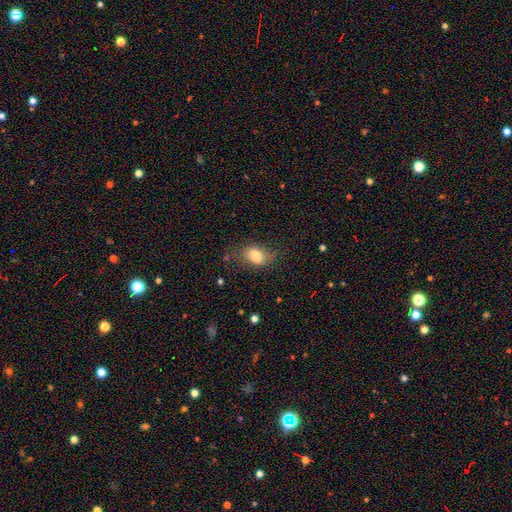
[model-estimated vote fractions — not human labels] Q: Smooth or featured?
A: smooth (76%); runner-up: featured or disk (15%)
Q: How rounded?
A: in between (80%); runner-up: round (18%)
Q: Merging?
A: none (65%); runner-up: minor disturbance (23%)